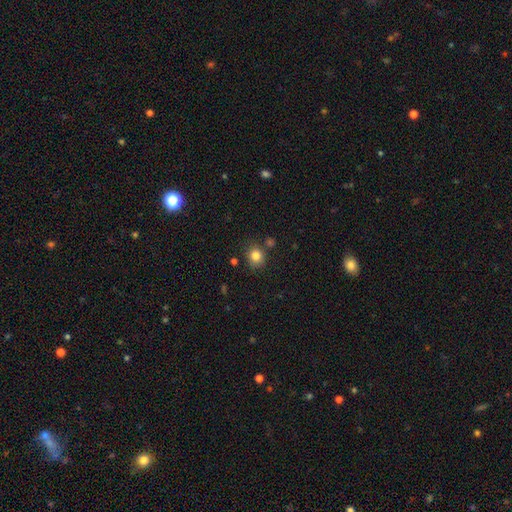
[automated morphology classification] type=smooth (83%); roundness=round (81%); merging=none (79%).